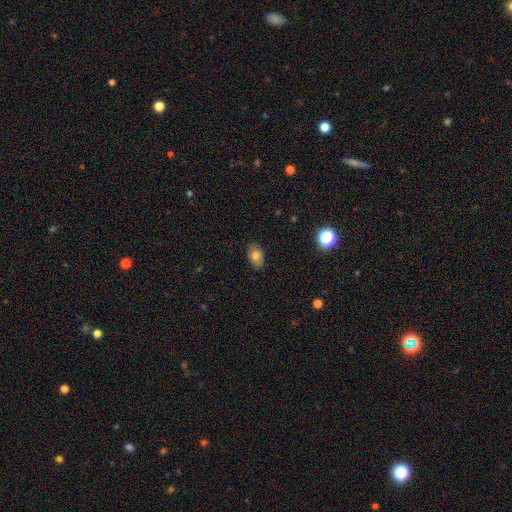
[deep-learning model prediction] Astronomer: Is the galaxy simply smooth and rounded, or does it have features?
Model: smooth — 75%.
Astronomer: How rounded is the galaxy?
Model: in between — 86%.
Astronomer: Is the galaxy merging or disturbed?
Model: none — 86%.